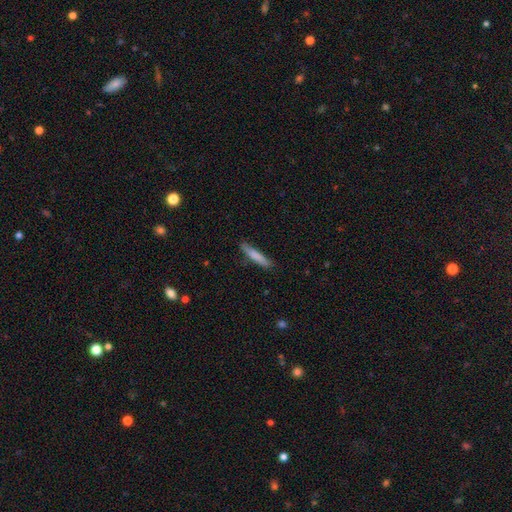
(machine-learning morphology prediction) The model was most divided on "smooth or featured": smooth: 77%, featured or disk: 17%, star or artifact: 6%. More confident: how rounded — cigar-shaped (92%); merging — none (83%).